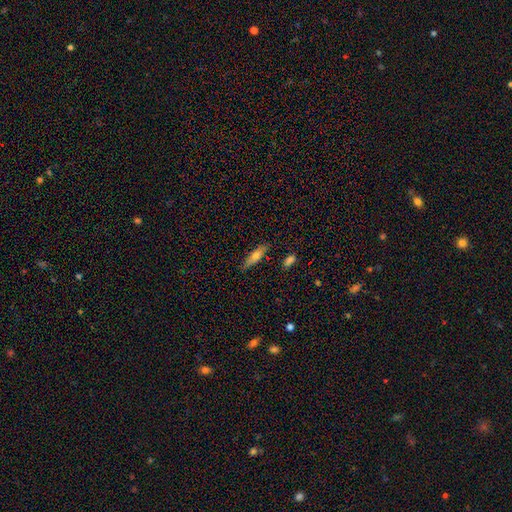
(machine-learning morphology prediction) type=smooth (62%); roundness=cigar-shaped (65%); merging=none (80%).